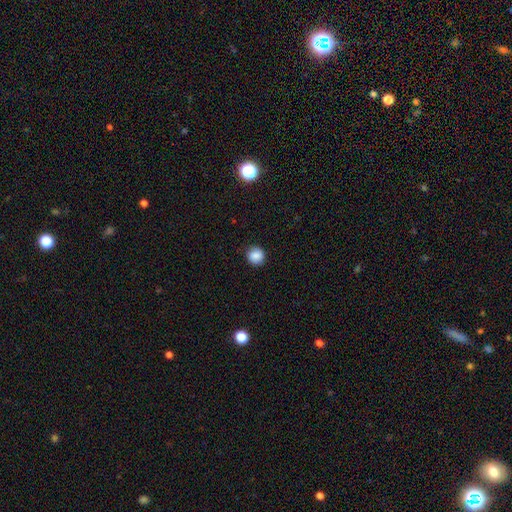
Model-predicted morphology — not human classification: A smooth galaxy with no disk features (85%) that is round (89%). Merging: none (86%).